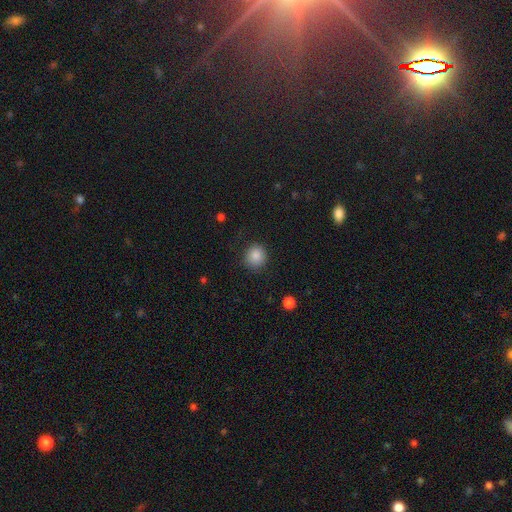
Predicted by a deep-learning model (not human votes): Smooth or featured?
  - smooth: 86% *
  - star or artifact: 10%
  - featured or disk: 4%
How rounded?
  - round: 89% *
  - in between: 10%
  - cigar-shaped: 1%
Merging?
  - none: 86% *
  - minor disturbance: 10%
  - major disturbance: 3%
  - merger: 1%